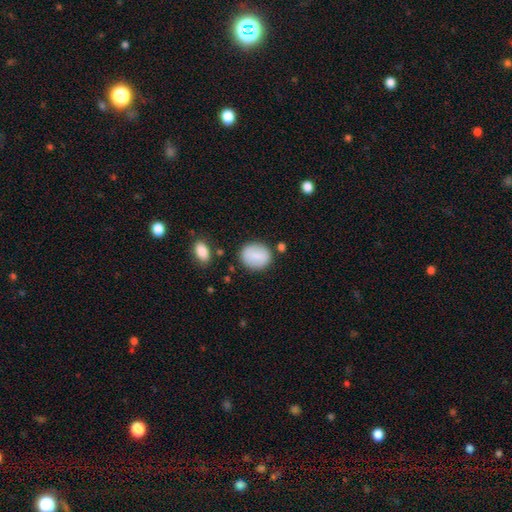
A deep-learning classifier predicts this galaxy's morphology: type=smooth (81%); roundness=round (67%); merging=none (81%).